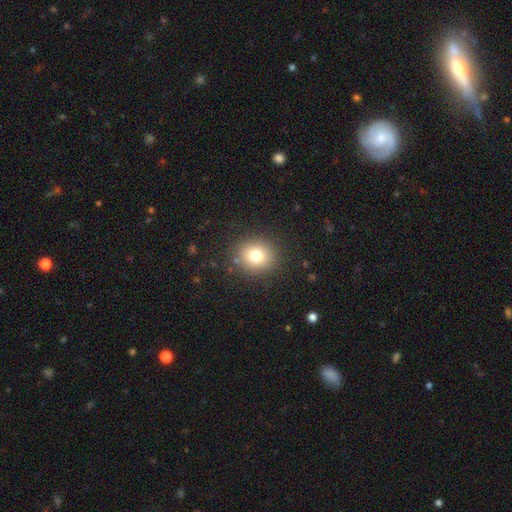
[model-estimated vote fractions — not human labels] A smooth galaxy with no disk features (77%) that is round (83%). Merging: none (88%).